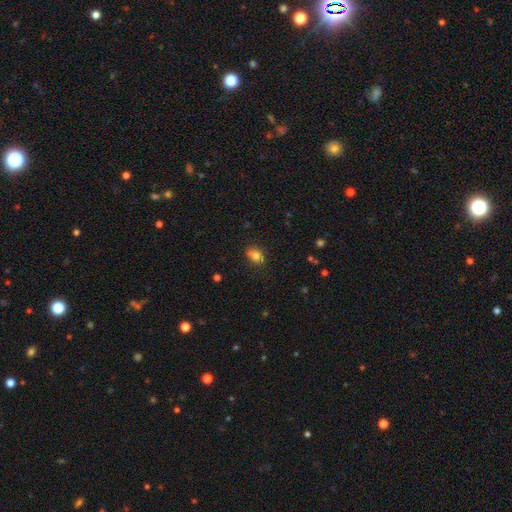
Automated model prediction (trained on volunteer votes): Q: Smooth or featured?
A: smooth (77%); runner-up: star or artifact (12%)
Q: How rounded?
A: in between (60%); runner-up: round (38%)
Q: Merging?
A: none (71%); runner-up: minor disturbance (20%)